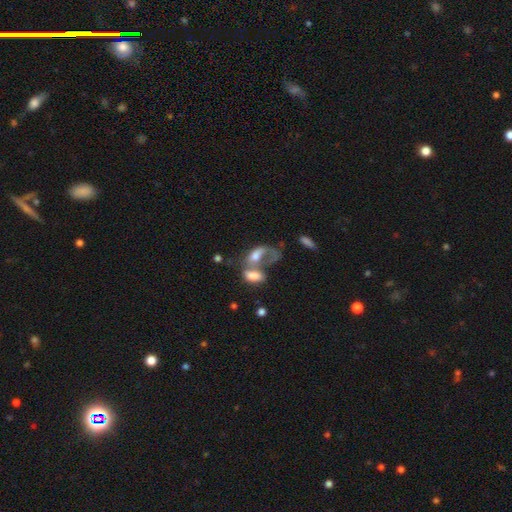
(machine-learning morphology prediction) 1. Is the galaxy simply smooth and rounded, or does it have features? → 54% smooth, 35% featured or disk, 11% star or artifact.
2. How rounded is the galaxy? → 86% in between, 8% round, 6% cigar-shaped.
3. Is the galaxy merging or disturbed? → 63% merger, 20% major disturbance, 11% none, 6% minor disturbance.